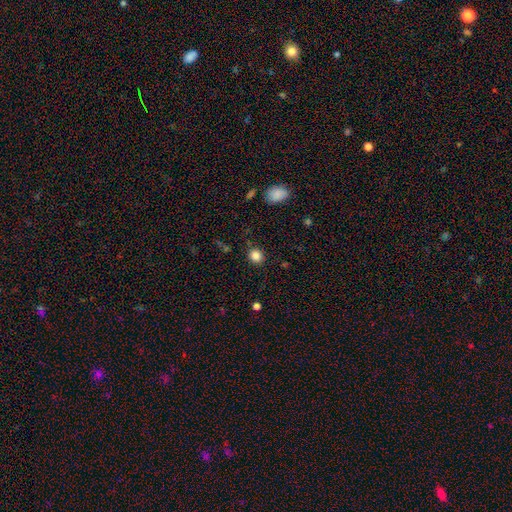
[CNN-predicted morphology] The model was most divided on "how rounded": round: 82%, in between: 17%, cigar-shaped: 1%. More confident: merging — none (88%); smooth or featured — smooth (85%).